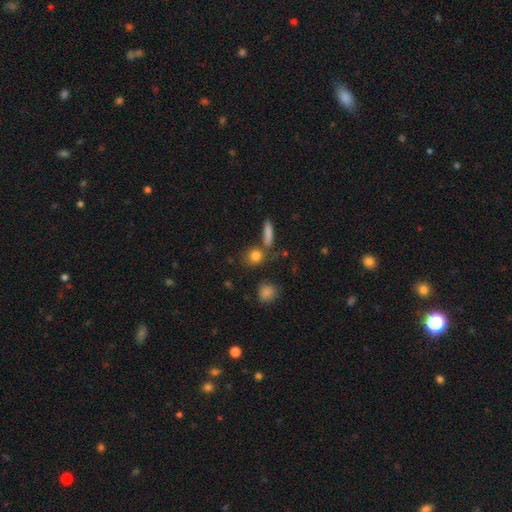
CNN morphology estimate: A smooth galaxy with no disk features (83%) that is round (71%).

Vote fractions:
- Smooth or featured? smooth: 83% / star or artifact: 10% / featured or disk: 7%
- How rounded? round: 71% / in between: 23% / cigar-shaped: 6%
- Merging? none: 66% / merger: 19% / minor disturbance: 11% / major disturbance: 4%